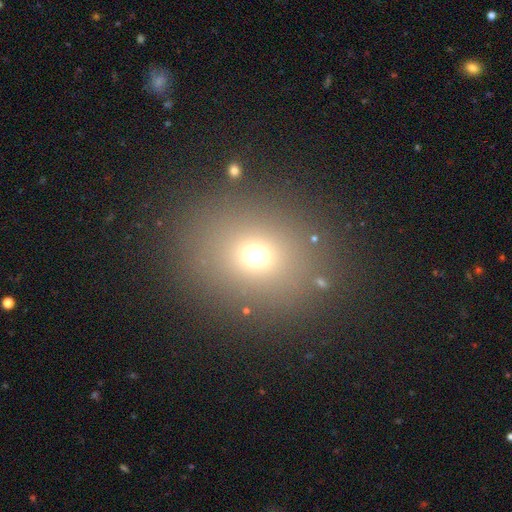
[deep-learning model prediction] smooth 68%, star or artifact 22%, featured or disk 10%. Down the decision tree: how rounded — round (65%); merging — none (84%).